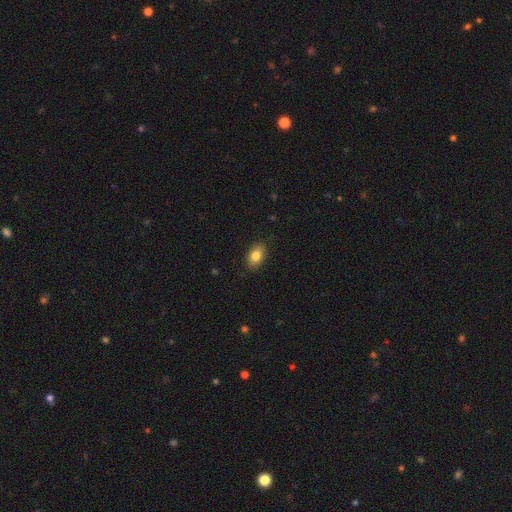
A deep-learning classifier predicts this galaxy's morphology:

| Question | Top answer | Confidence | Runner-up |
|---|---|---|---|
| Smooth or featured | smooth | 83% | featured or disk (9%) |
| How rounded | in between | 87% | round (11%) |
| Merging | none | 86% | minor disturbance (11%) |